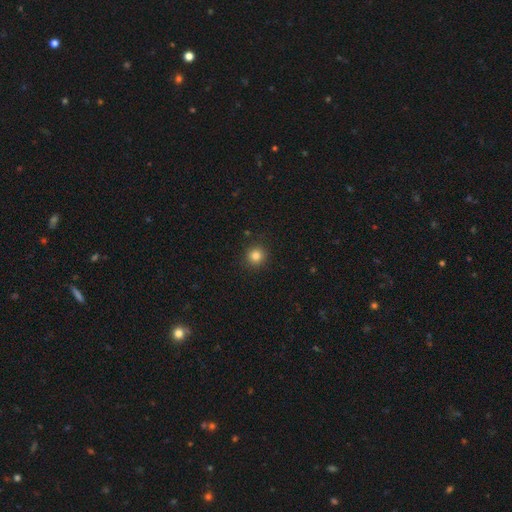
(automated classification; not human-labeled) This is clearly a smooth galaxy (83%). How rounded: clearly round (93%). Merging: clearly none (91%).